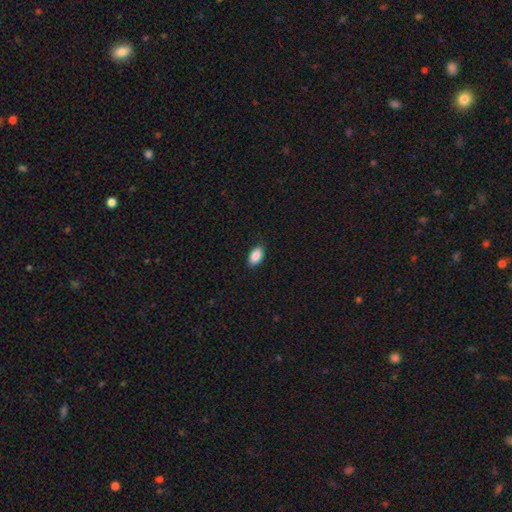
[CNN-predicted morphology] smooth 90%, star or artifact 7%, featured or disk 3%. Down the decision tree: how rounded — in between (93%); merging — none (86%).